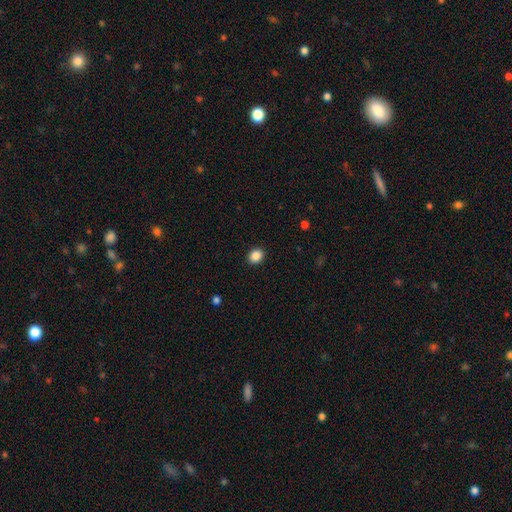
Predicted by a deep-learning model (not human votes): This appears to be a smooth galaxy with no disk features (88%) that is round (60%). Merging: none (91%).